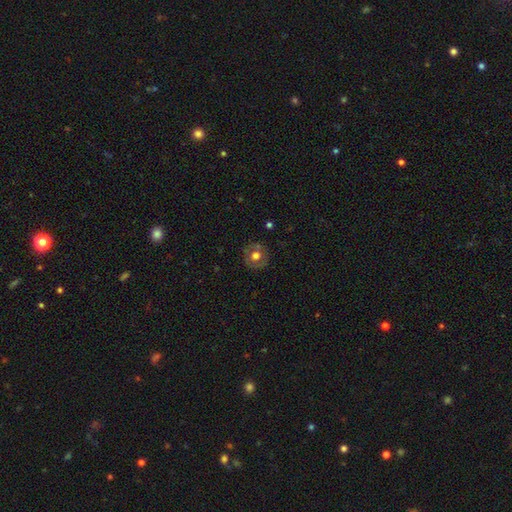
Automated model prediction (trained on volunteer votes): Overall: smooth (53%; featured or disk 38%). How rounded: round (89%). Merging: none (82%).